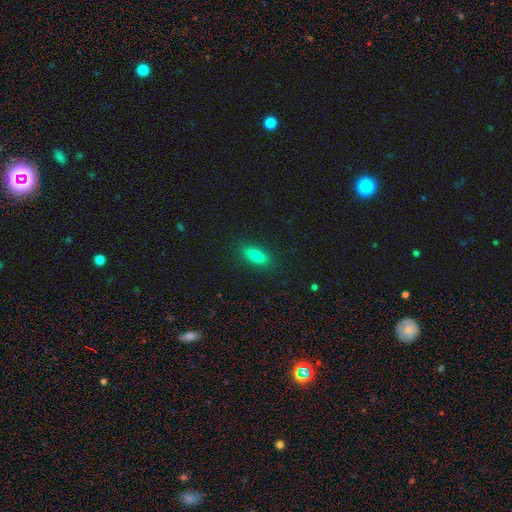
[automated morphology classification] Smooth or featured? Predicted: smooth (p=0.81). How rounded? Predicted: in between (p=0.70). Merging? Predicted: none (p=0.88).